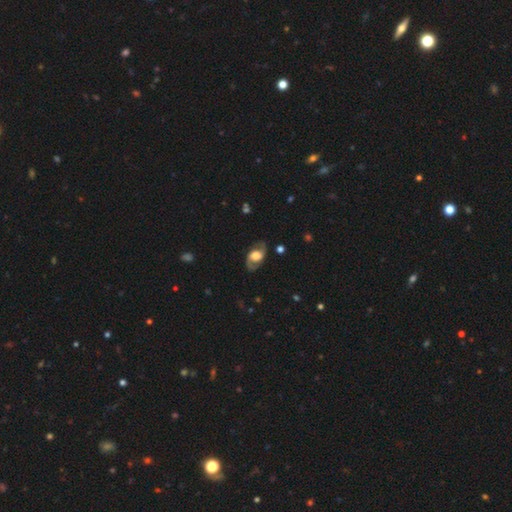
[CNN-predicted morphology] featured or disk 72%, smooth 22%, star or artifact 6%. Down the decision tree: edge-on disk — no (94%); bar — no (55%); spiral arms — yes (85%); spiral arm count — 2 (90%); spiral winding — medium (48%); bulge size — large (56%); merging — none (78%).